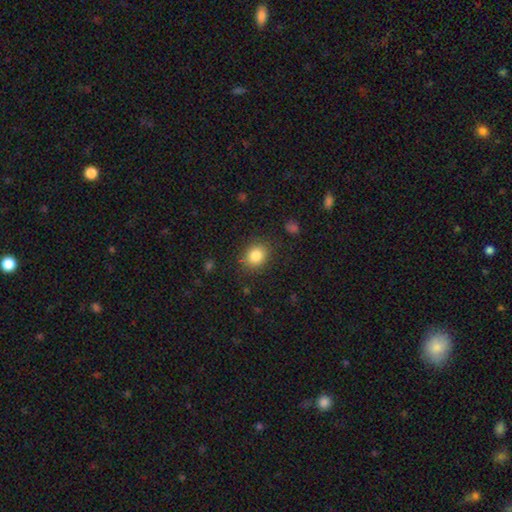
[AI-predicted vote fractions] Q: Smooth or featured?
A: smooth (85%); runner-up: star or artifact (9%)
Q: How rounded?
A: round (59%); runner-up: in between (41%)
Q: Merging?
A: none (85%); runner-up: minor disturbance (10%)